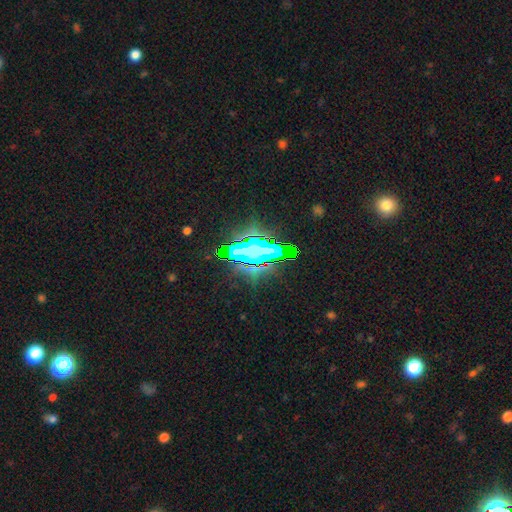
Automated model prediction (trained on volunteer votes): The model was most divided on "smooth or featured": star or artifact: 65%, smooth: 20%, featured or disk: 15%.